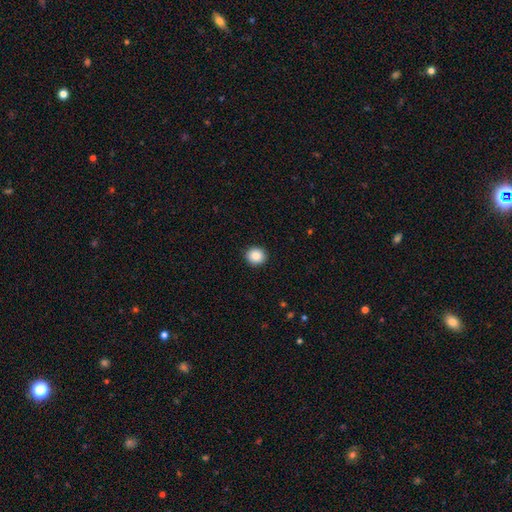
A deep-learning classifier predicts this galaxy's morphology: A smooth galaxy with no disk features (87%) that is round (88%). Merging: none (92%).